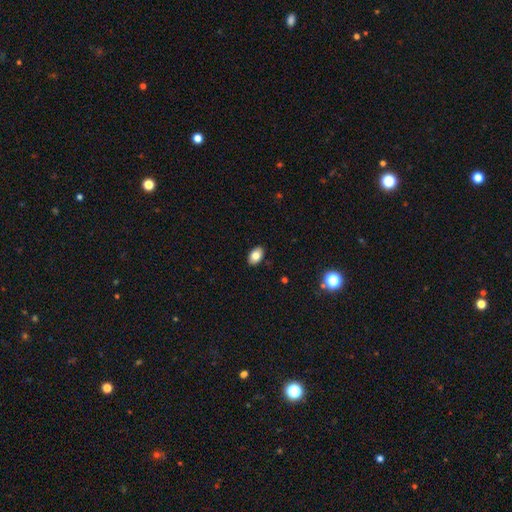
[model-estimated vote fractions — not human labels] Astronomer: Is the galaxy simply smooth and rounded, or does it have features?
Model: smooth — 81%.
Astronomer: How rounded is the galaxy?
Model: in between — 89%.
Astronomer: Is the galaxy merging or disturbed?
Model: none — 89%.